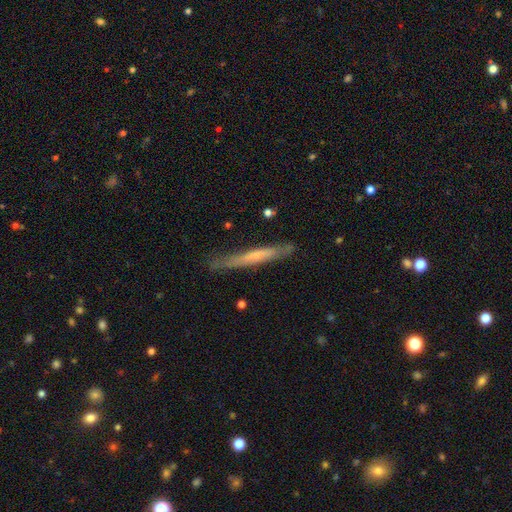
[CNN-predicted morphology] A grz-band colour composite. It shows a smooth galaxy with no disk features (47%, tied with featured or disk). Merging: none (77%).